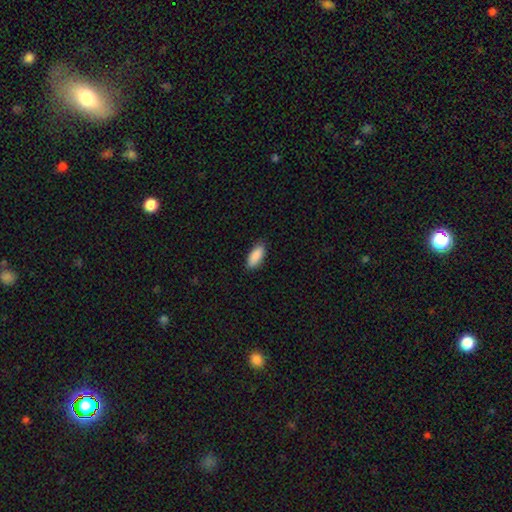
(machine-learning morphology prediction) Smooth or featured: smooth — 91% (star or artifact — 6%)
How rounded: in between — 84% (cigar-shaped — 15%)
Merging: none — 86% (minor disturbance — 11%)